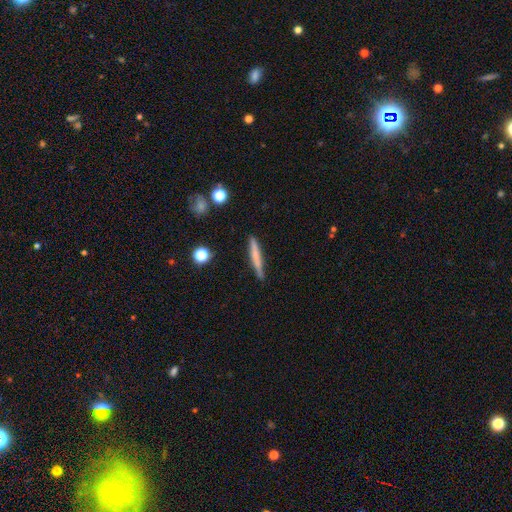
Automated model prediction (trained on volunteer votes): smooth_or_featured: smooth (p=0.59) [alt: featured or disk p=0.34]
how_rounded: cigar-shaped (p=0.94) [alt: in between p=0.04]
merging: none (p=0.86) [alt: minor disturbance p=0.10]